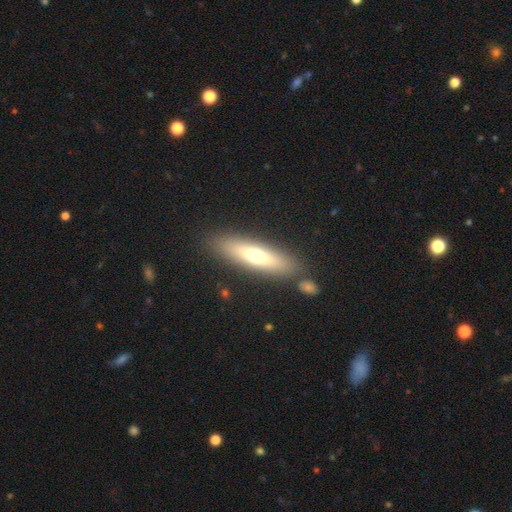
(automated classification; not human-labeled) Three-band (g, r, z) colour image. It shows a smooth galaxy with no disk features (56%) that is cigar-shaped (68%). Merging: none (83%).